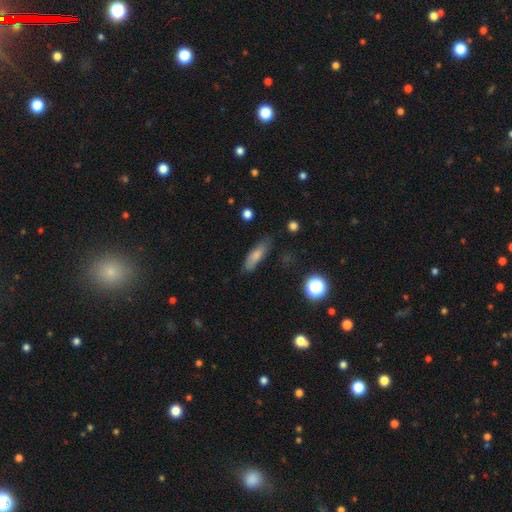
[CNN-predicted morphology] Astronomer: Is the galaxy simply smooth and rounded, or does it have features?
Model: smooth — 77%.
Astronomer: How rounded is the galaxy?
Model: cigar-shaped — 50% (runner-up: in between, 47%).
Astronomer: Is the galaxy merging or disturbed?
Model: none — 74%.